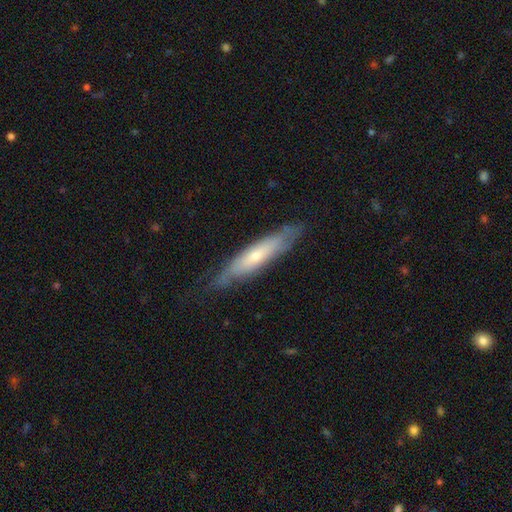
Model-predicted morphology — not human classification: smooth-or-featured: featured or disk: 54% | smooth: 40% | star or artifact: 6%
  disk-edge-on: yes: 57% | no: 43%
  merging: none: 72% | minor disturbance: 21% | major disturbance: 5% | merger: 1%